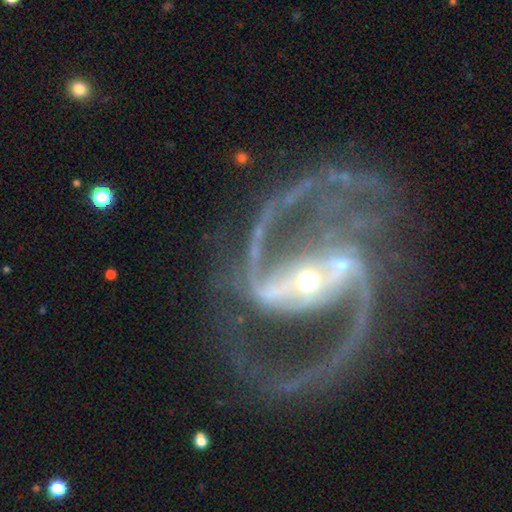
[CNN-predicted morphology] Smooth or featured? Predicted: featured or disk (p=0.93). Edge-on disk? Predicted: no (p=0.98). Bar? Predicted: strong (p=0.67). Spiral arms? Predicted: yes (p=0.98). Spiral winding? Predicted: medium (p=0.62). Spiral arm count? Predicted: 2 (p=0.84). Bulge size? Predicted: small (p=0.59). Merging? Predicted: none (p=0.62).